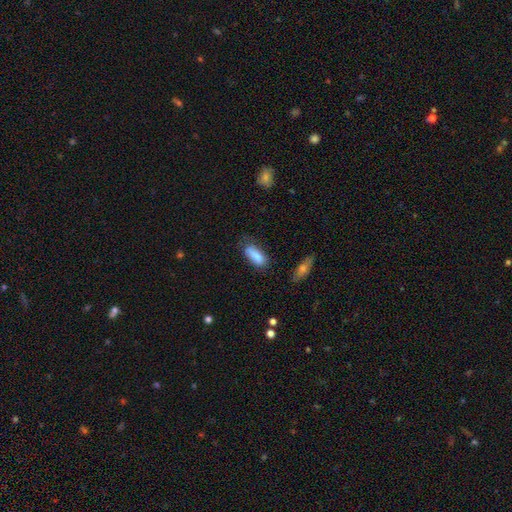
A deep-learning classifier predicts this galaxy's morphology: This is clearly a smooth galaxy (85%). How rounded: likely in between (78%). Merging: likely none (64%).